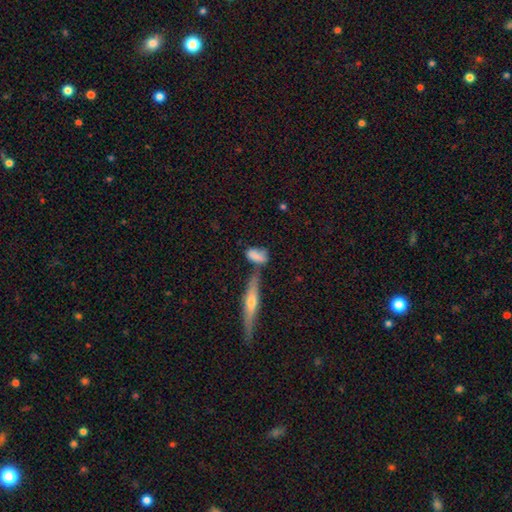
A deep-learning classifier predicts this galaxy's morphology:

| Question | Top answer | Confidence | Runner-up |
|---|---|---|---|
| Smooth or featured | smooth | 74% | featured or disk (17%) |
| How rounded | in between | 77% | cigar-shaped (16%) |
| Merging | none | 43% | merger (26%) |